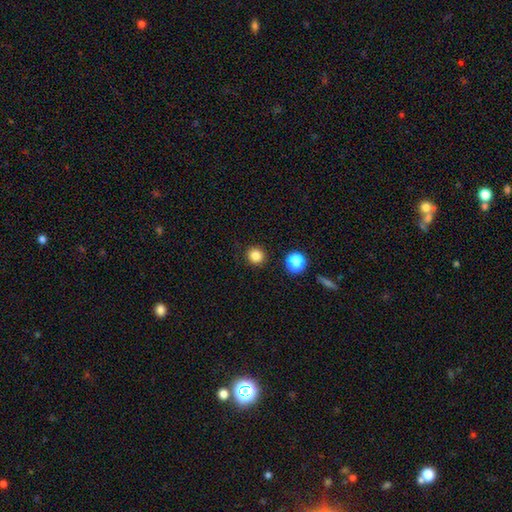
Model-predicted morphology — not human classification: smooth-or-featured: smooth: 83% | star or artifact: 13% | featured or disk: 4%
  how-rounded: round: 93% | in between: 6% | cigar-shaped: 1%
  merging: none: 90% | minor disturbance: 6% | major disturbance: 2% | merger: 2%